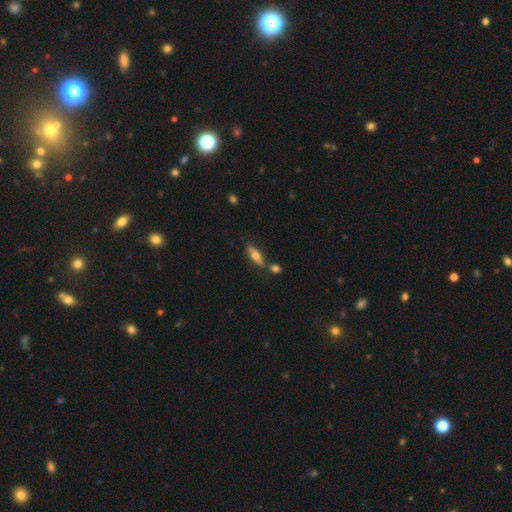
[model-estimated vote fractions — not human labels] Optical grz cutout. It shows a smooth galaxy with no disk features (56%) that is in between round and cigar-shaped (49%). Merging: none (67%).